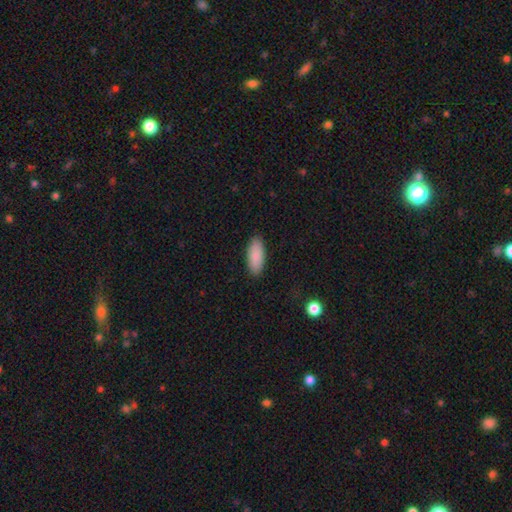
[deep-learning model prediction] Overall: smooth (89%). How rounded: in between (84%). Merging: none (89%).